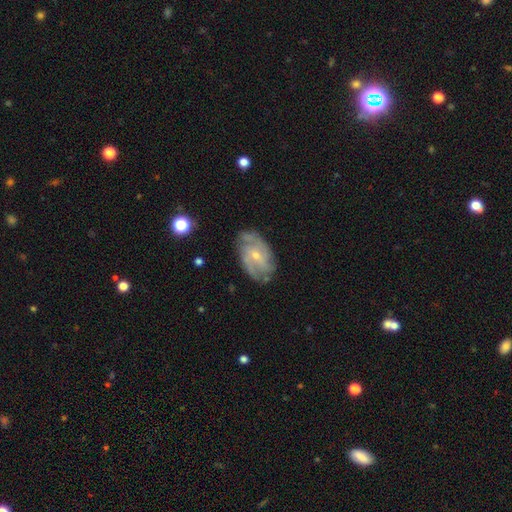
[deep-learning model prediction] Smooth or featured: featured or disk — 80% (smooth — 14%)
Edge-on disk: no — 96% (yes — 4%)
Bar: no — 50% (weak — 41%)
Spiral arms: yes — 92% (no — 8%)
Spiral winding: medium — 44% (tight — 38%)
Spiral arm count: 2 — 39% (can't tell — 24%)
Bulge size: small — 65% (moderate — 31%)
Merging: none — 73% (minor disturbance — 20%)